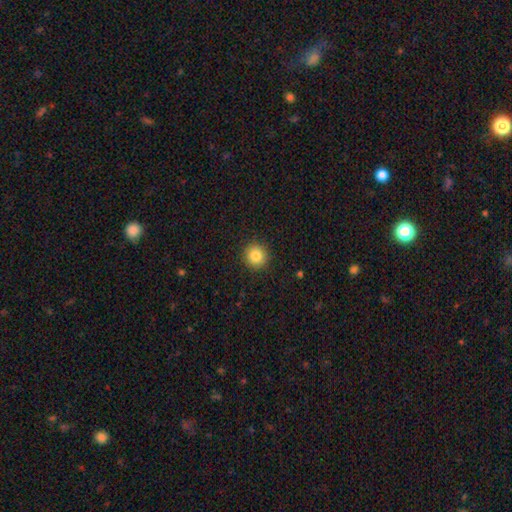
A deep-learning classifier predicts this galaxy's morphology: smooth_or_featured: smooth (p=0.84) [alt: star or artifact p=0.10]
how_rounded: round (p=0.93) [alt: in between p=0.06]
merging: none (p=0.91) [alt: minor disturbance p=0.06]